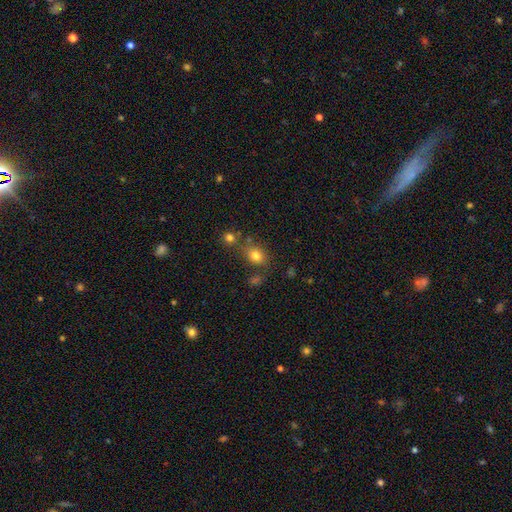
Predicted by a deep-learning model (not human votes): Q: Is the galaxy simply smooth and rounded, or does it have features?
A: smooth — 79%.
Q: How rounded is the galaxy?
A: round — 51%.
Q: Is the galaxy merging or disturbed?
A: none — 68%.